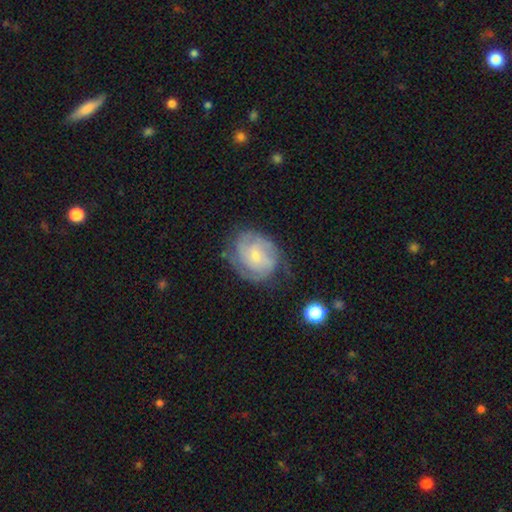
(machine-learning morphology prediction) Overall: featured or disk (76%). Edge-on disk: no (98%). Bar: no (61%; weak 33%). Spiral arms: yes (92%). Spiral arm count: can't tell (36%; 2 25%). Spiral winding: tight (60%; medium 32%). Bulge size: small (66%; moderate 26%). Merging: none (66%).